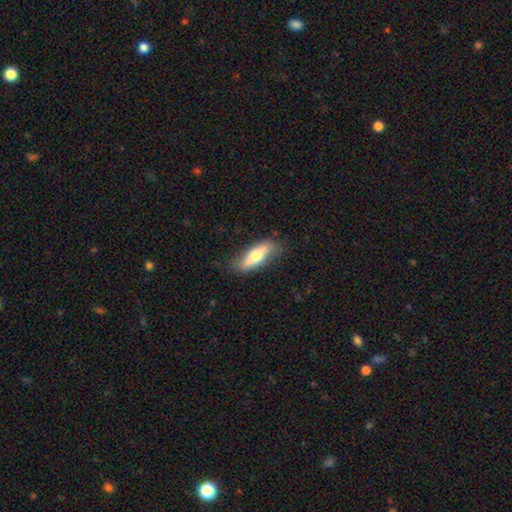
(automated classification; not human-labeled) Smooth or featured? Predicted: smooth (p=0.60). How rounded? Predicted: in between (p=0.62). Merging? Predicted: none (p=0.75).